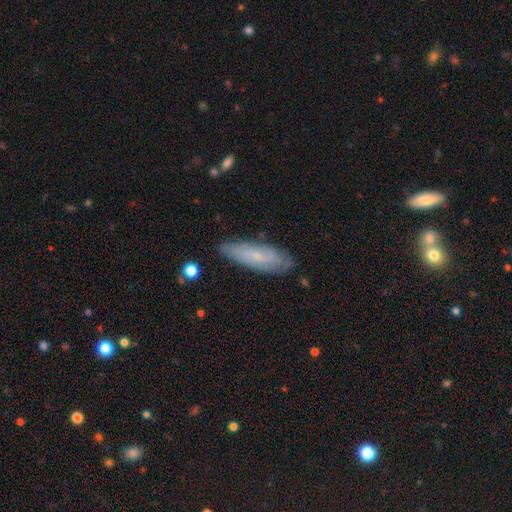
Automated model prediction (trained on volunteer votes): Overall: featured or disk (48%; smooth 44%). Merging: none (78%).